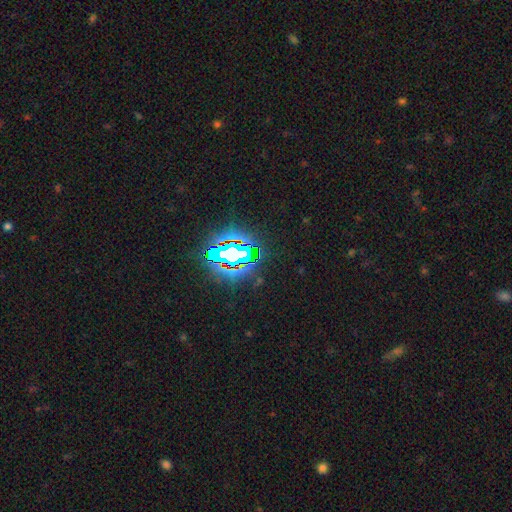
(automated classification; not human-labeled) Smooth or featured? star or artifact (80%)